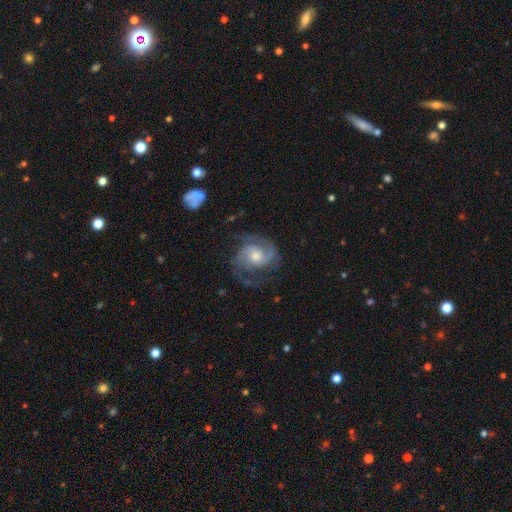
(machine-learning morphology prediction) Smooth or featured? Predicted: featured or disk (p=0.89). Edge-on disk? Predicted: no (p=0.98). Bar? Predicted: no (p=0.63). Spiral arms? Predicted: yes (p=0.97). Spiral winding? Predicted: medium (p=0.52). Spiral arm count? Predicted: 2 (p=0.85). Bulge size? Predicted: moderate (p=0.54). Merging? Predicted: none (p=0.70).